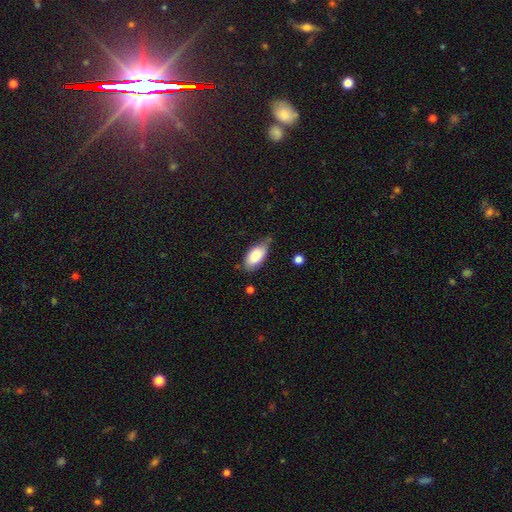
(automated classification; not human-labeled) Morphology: type=smooth (82%); roundness=in between (92%); merging=none (54%).